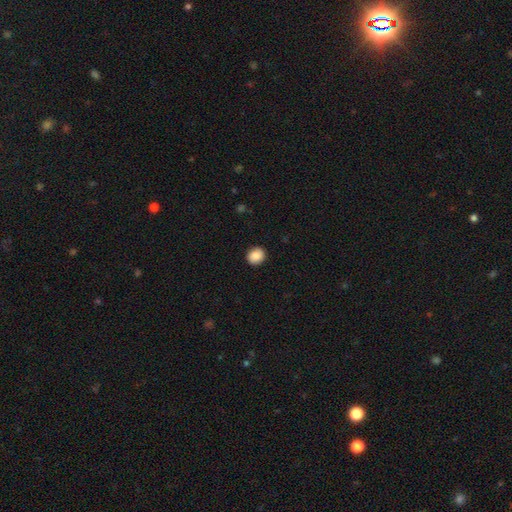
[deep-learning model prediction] A smooth galaxy with no disk features (88%) that is round (76%). Merging: none (90%).